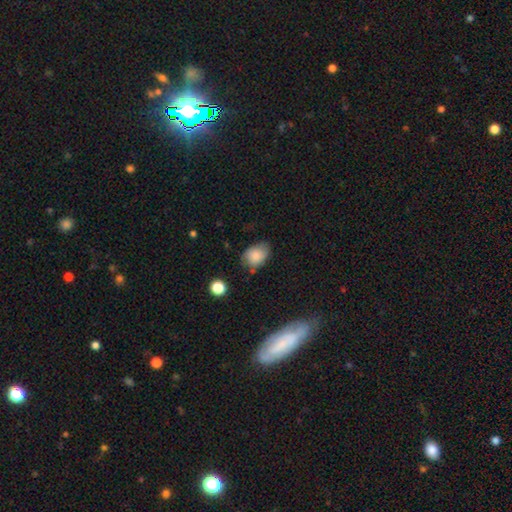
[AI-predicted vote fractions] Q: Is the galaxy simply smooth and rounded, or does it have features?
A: smooth — 82%.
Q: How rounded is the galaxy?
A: in between — 75%.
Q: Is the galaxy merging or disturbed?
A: none — 60%.